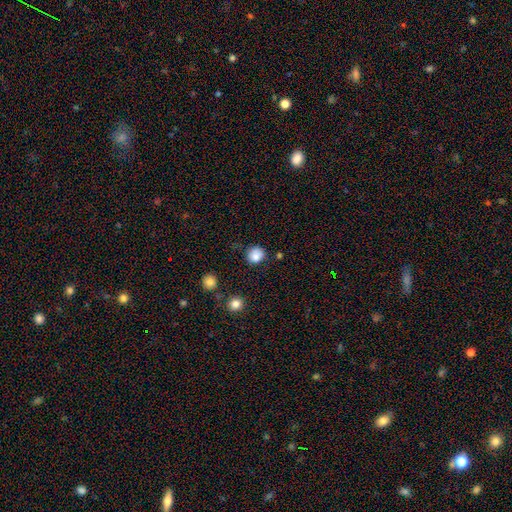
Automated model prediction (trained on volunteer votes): The model was most divided on "merging": none: 76%, minor disturbance: 17%, major disturbance: 4%, merger: 3%. More confident: smooth or featured — smooth (84%); how rounded — round (84%).